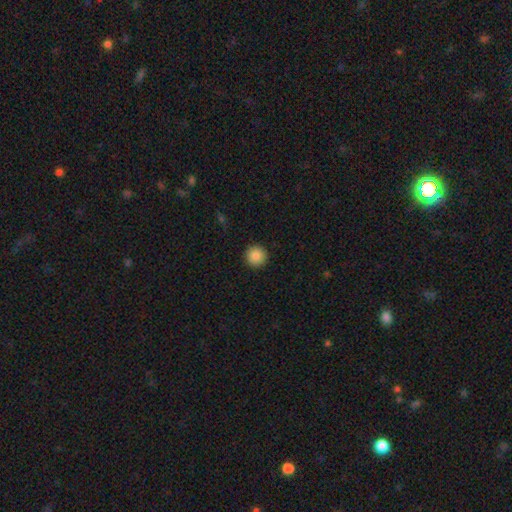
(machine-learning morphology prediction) type=smooth (87%); roundness=round (96%); merging=none (93%).